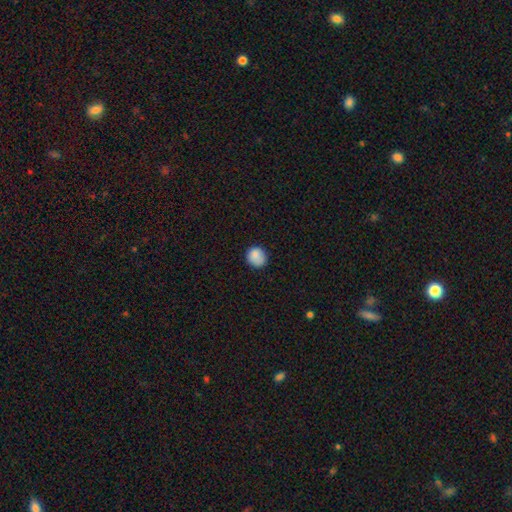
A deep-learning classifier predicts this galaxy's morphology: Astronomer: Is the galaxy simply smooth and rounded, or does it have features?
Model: smooth — 84%.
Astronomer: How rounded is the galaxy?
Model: round — 83%.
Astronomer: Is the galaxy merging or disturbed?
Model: none — 78%.